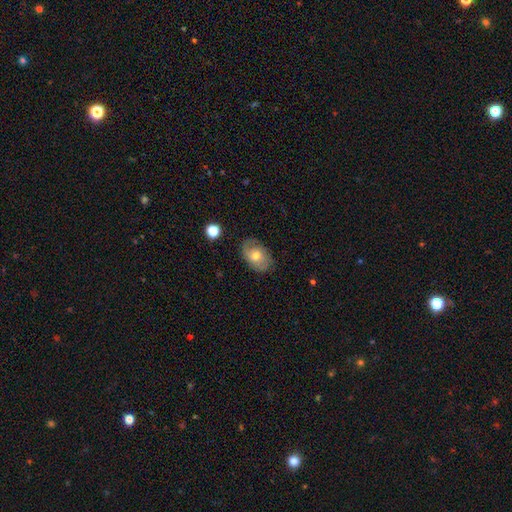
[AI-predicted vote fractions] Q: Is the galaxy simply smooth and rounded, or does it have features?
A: featured or disk — 50%.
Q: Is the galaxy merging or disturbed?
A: none — 73%.